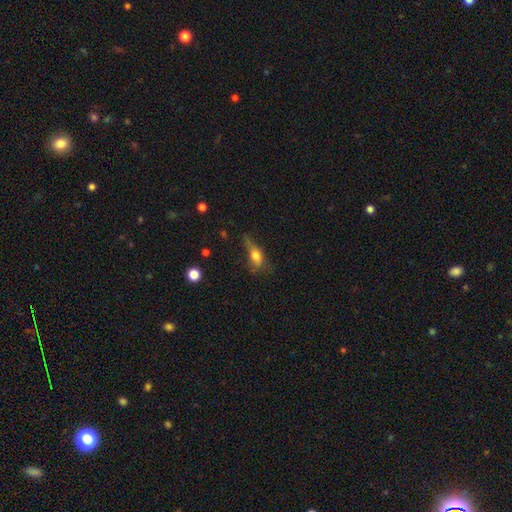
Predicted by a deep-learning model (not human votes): Smooth or featured? smooth (65%)
How rounded? in between (64%)
Merging? none (33%)